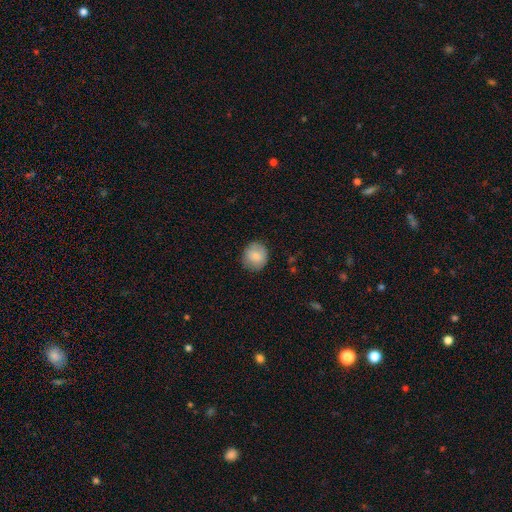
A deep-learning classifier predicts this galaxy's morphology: smooth 84%, featured or disk 9%, star or artifact 7%. Down the decision tree: how rounded — round (83%); merging — none (85%).